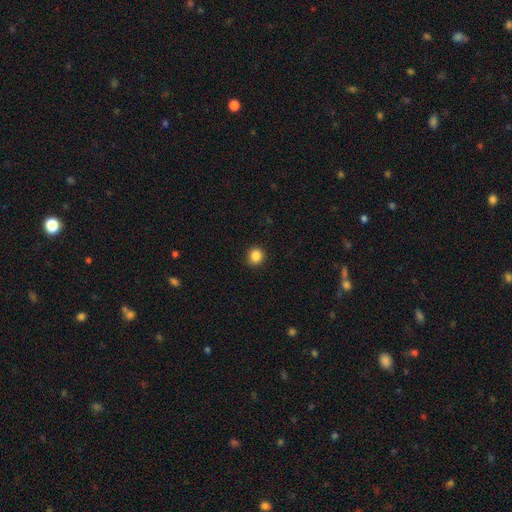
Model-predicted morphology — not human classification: This is clearly a smooth galaxy (86%). How rounded: clearly round (89%). Merging: clearly none (92%).